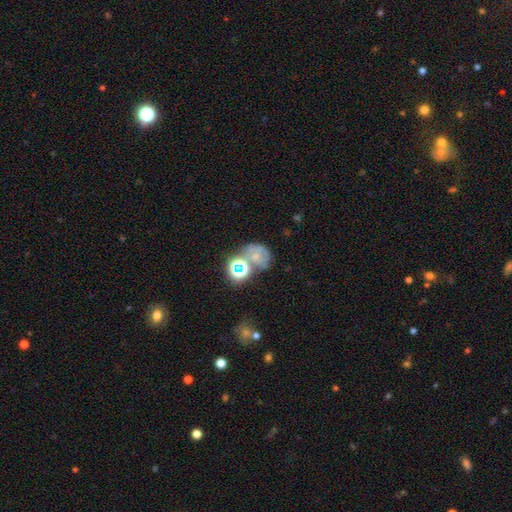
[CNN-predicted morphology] Q: Smooth or featured?
A: smooth (38%); runner-up: featured or disk (33%)
Q: Merging?
A: none (39%); runner-up: merger (31%)